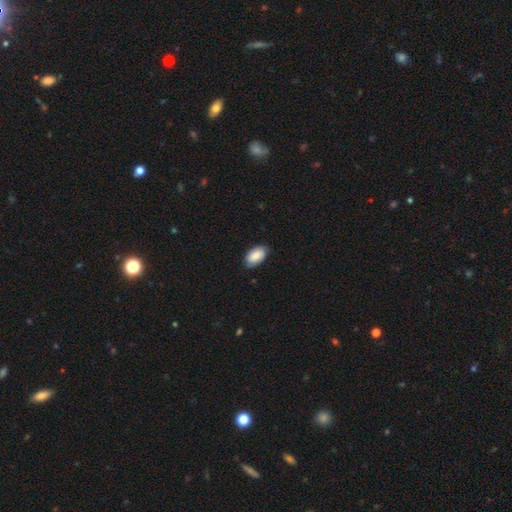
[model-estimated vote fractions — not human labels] smooth_or_featured: smooth (p=0.84) [alt: featured or disk p=0.10]
how_rounded: in between (p=0.95) [alt: round p=0.04]
merging: none (p=0.80) [alt: minor disturbance p=0.17]